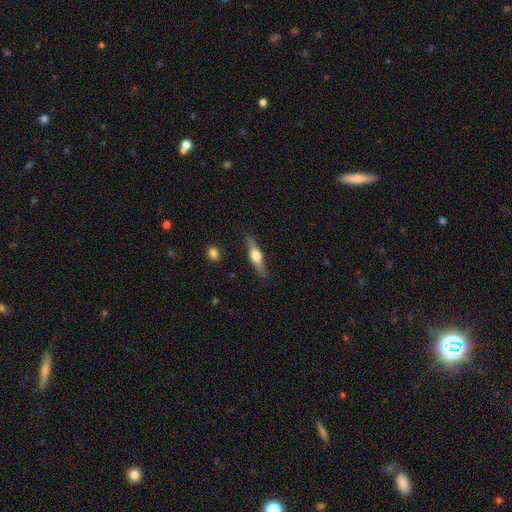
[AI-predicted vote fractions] Smooth or featured: featured or disk — 61% (smooth — 33%)
Edge-on disk: yes — 95% (no — 5%)
Edge-on bulge: rounded — 94% (boxy — 4%)
Merging: none — 86% (minor disturbance — 10%)